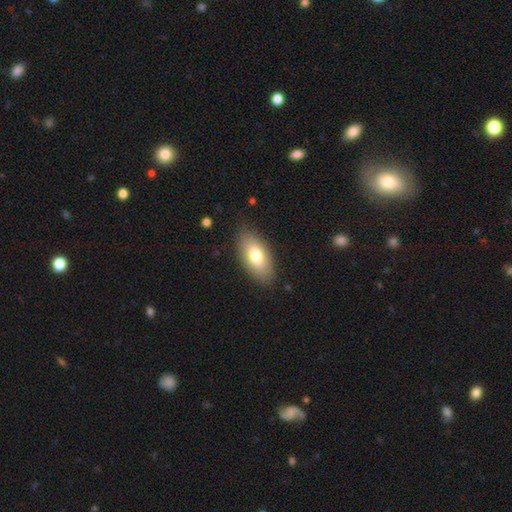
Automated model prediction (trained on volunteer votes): Smooth or featured: smooth — 76% (featured or disk — 17%)
How rounded: in between — 91% (cigar-shaped — 6%)
Merging: none — 84% (minor disturbance — 12%)